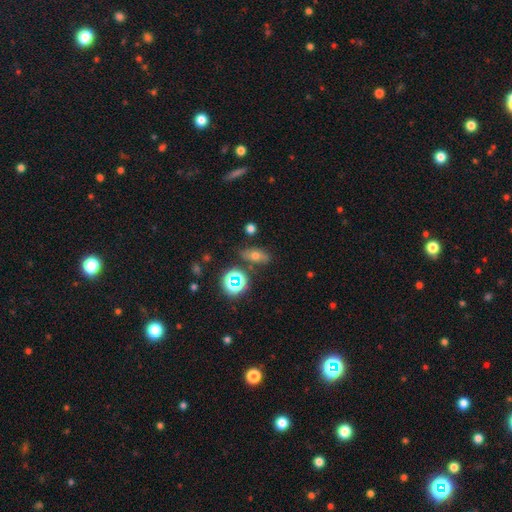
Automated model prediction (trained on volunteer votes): Smooth or featured: smooth — 56% (star or artifact — 23%)
How rounded: in between — 72% (round — 19%)
Merging: none — 76% (minor disturbance — 15%)